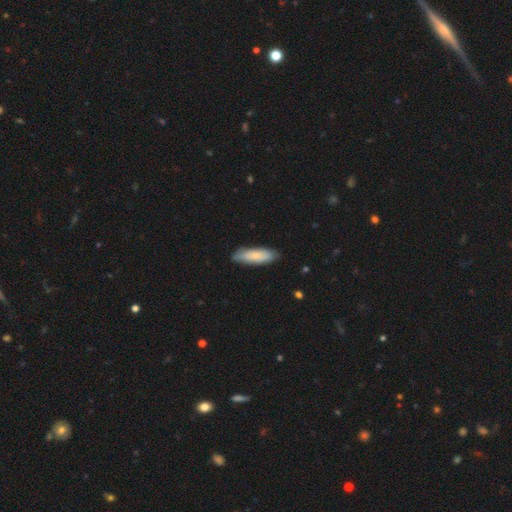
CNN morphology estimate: Smooth or featured? Predicted: smooth (p=0.77). How rounded? Predicted: cigar-shaped (p=0.50). Merging? Predicted: none (p=0.83).